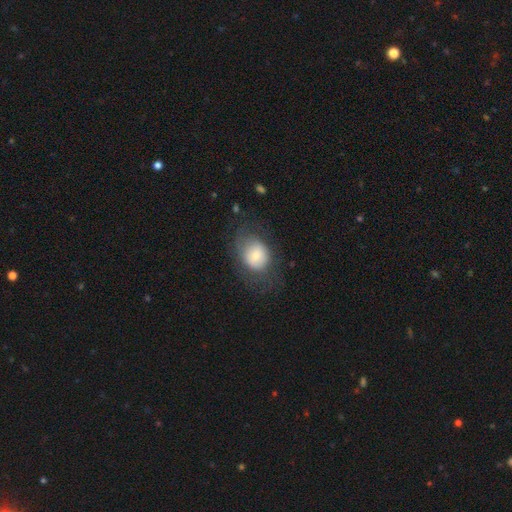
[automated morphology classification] A smooth galaxy with no disk features (68%) that is round (50%). Merging: none (57%).